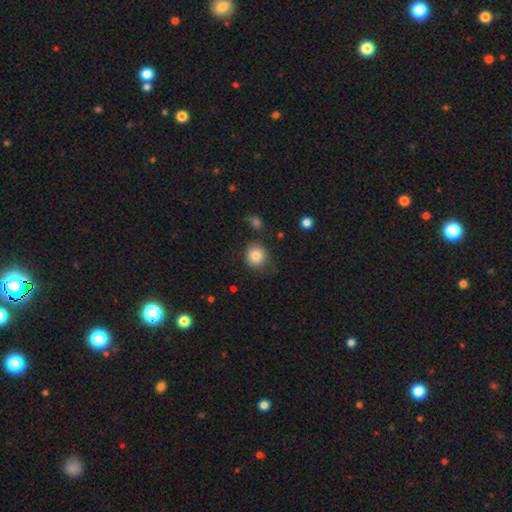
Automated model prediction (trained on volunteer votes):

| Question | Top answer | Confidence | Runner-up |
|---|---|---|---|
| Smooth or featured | smooth | 84% | star or artifact (10%) |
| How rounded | round | 88% | in between (11%) |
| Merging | none | 77% | minor disturbance (15%) |